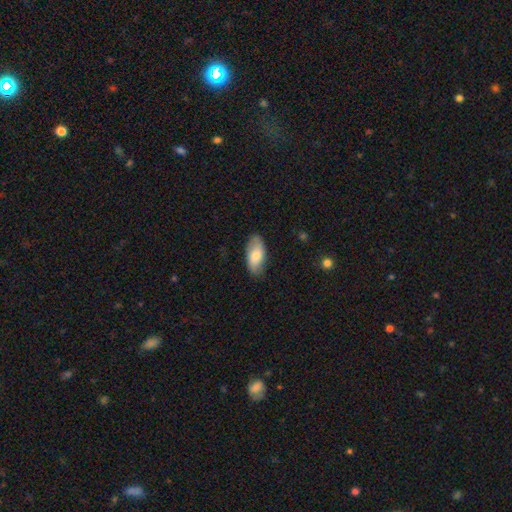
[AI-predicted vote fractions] smooth-or-featured: smooth: 75% | featured or disk: 19% | star or artifact: 6%
  how-rounded: in between: 91% | cigar-shaped: 6% | round: 2%
  merging: none: 81% | minor disturbance: 15% | major disturbance: 3% | merger: 1%